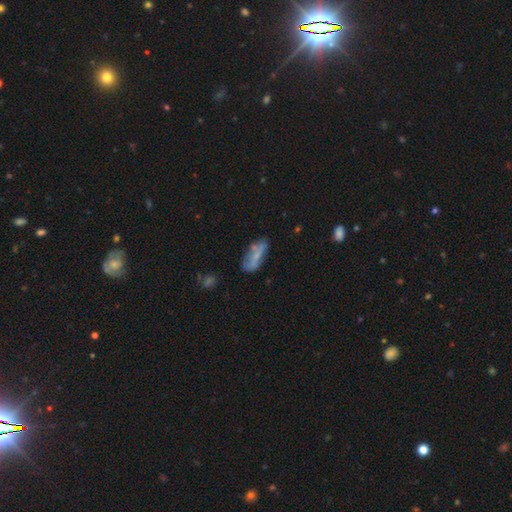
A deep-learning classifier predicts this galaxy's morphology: type=smooth (55%); roundness=in between (65%); merging=none (55%).